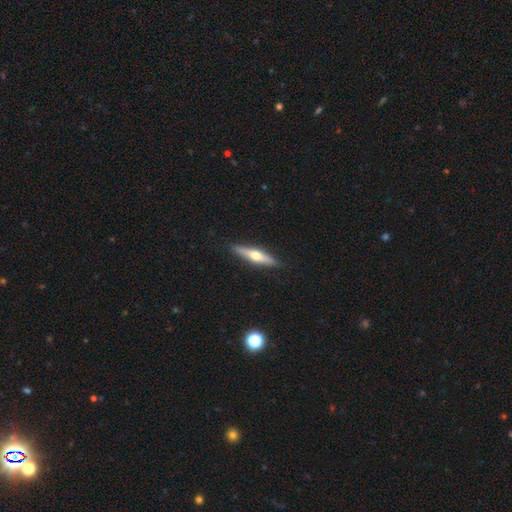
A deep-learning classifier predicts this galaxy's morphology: featured or disk 52%, smooth 43%, star or artifact 5%. Down the decision tree: edge-on disk — yes (93%); merging — none (90%).